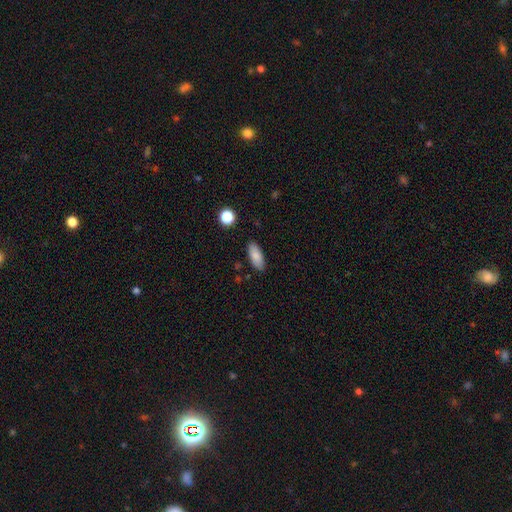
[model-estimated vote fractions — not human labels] A smooth galaxy with no disk features (85%) that is in between round and cigar-shaped (82%). Merging: none (87%).